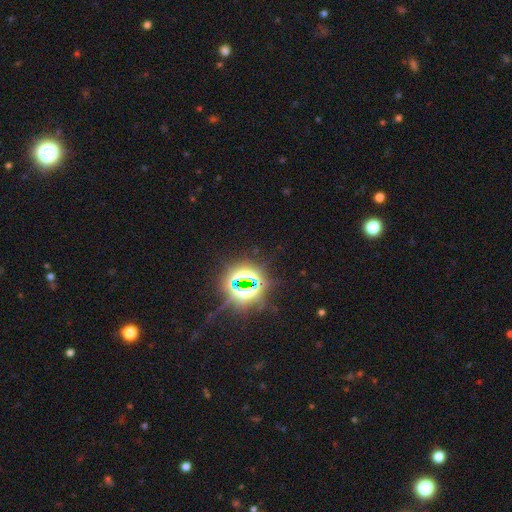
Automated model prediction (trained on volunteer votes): A star or artifact, not a galaxy (83%).

Vote fractions:
- Smooth or featured? star or artifact: 83% / smooth: 10% / featured or disk: 7%